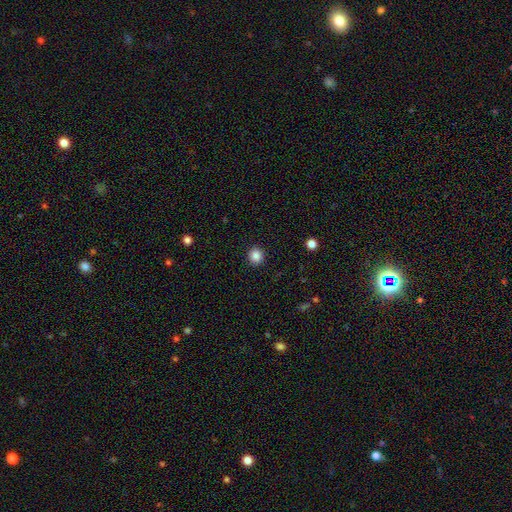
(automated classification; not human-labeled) smooth 86%, star or artifact 10%, featured or disk 3%. Down the decision tree: how rounded — round (90%); merging — none (92%).